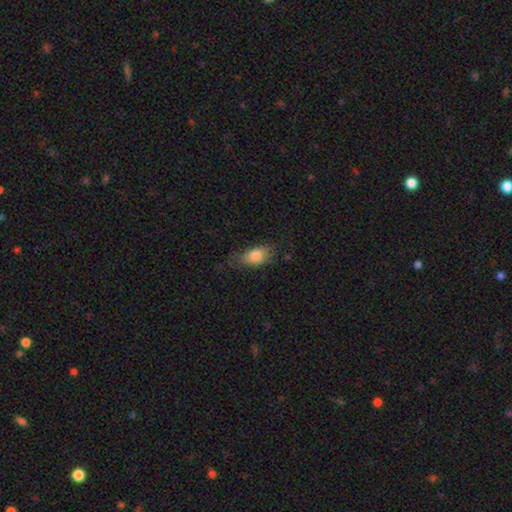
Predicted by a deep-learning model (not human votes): Smooth or featured? Predicted: smooth (p=0.77). How rounded? Predicted: in between (p=0.86). Merging? Predicted: none (p=0.58).